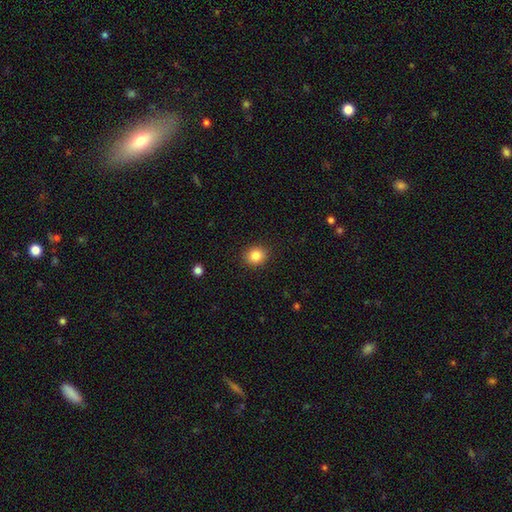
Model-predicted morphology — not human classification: This is clearly a smooth galaxy (84%). How rounded: clearly round (81%). Merging: clearly none (91%).